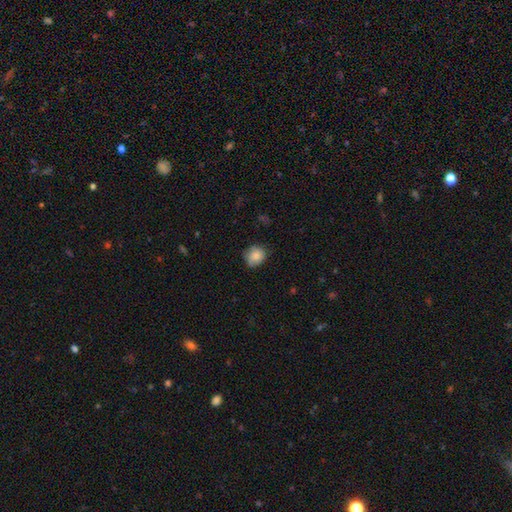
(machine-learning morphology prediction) This appears to be a smooth galaxy with no disk features (83%) that is round (76%). Merging: none (67%).